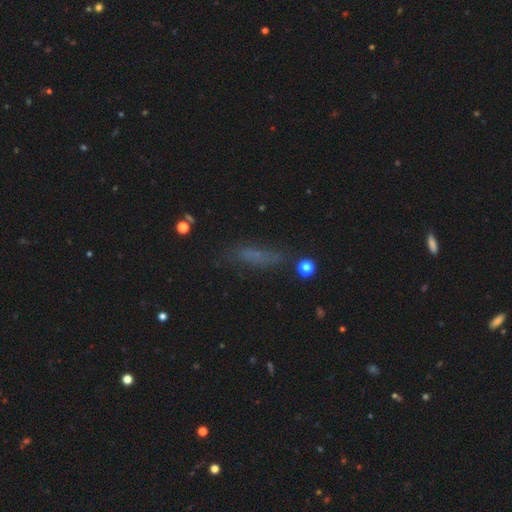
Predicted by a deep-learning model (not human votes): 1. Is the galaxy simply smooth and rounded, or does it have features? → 57% smooth, 22% featured or disk, 21% star or artifact.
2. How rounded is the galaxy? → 65% cigar-shaped, 31% in between, 4% round.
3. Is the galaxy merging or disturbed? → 64% none, 21% minor disturbance, 11% major disturbance, 4% merger.